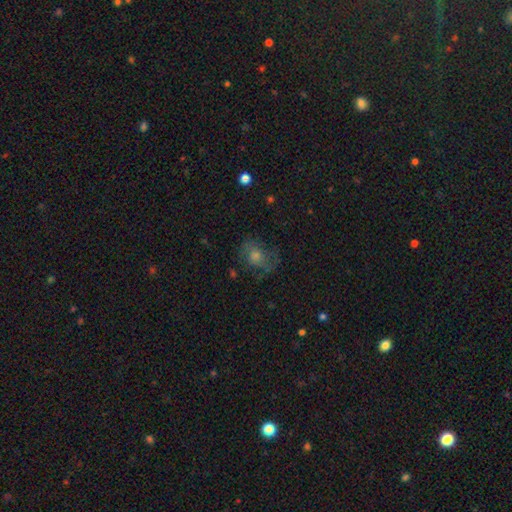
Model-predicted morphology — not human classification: smooth_or_featured: smooth (p=0.43) [alt: featured or disk p=0.37]
merging: none (p=0.63) [alt: minor disturbance p=0.21]